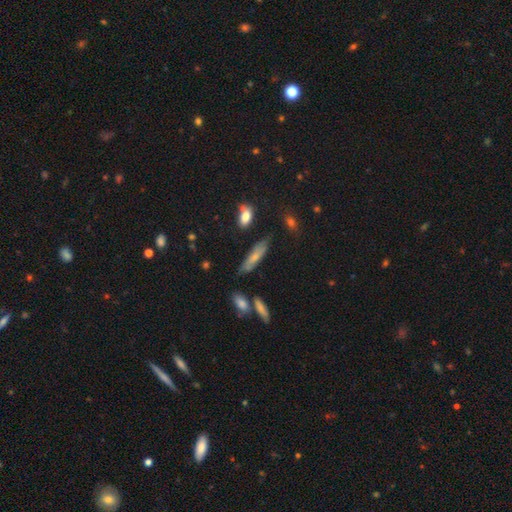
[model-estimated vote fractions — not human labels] Smooth or featured? smooth (65%)
How rounded? cigar-shaped (67%)
Merging? none (69%)